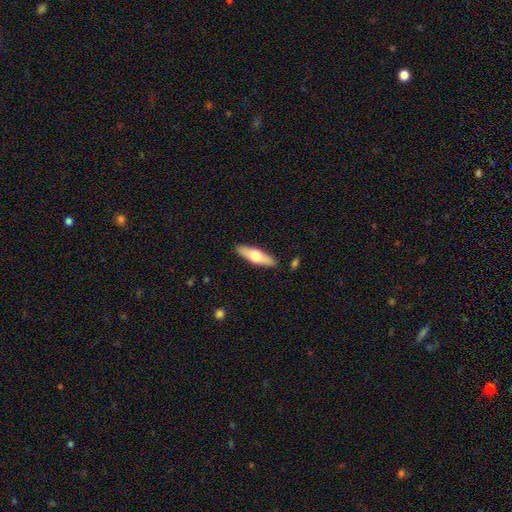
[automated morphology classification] The model was most divided on "how rounded": cigar-shaped: 56%, in between: 42%, round: 2%. More confident: merging — none (88%); smooth or featured — smooth (55%).